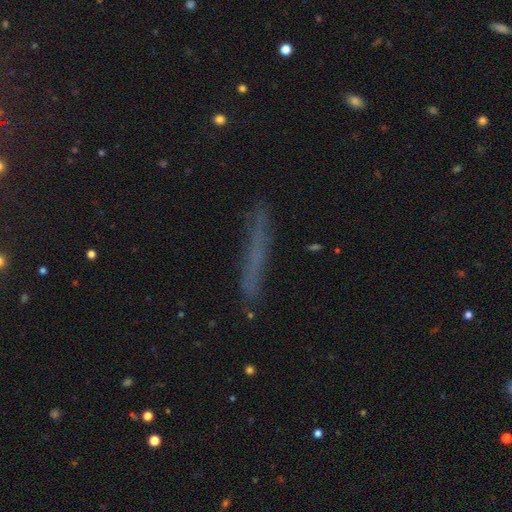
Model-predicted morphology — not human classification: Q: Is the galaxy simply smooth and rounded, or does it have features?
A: smooth — 55%.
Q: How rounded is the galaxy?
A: cigar-shaped — 94%.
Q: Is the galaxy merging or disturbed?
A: none — 77%.